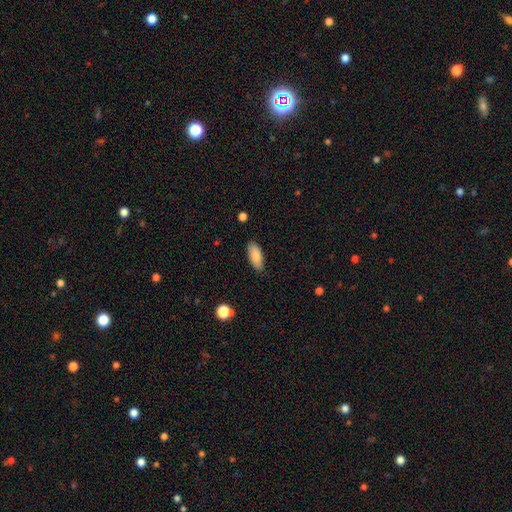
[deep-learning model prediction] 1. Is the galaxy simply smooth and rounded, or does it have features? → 86% smooth, 7% featured or disk, 7% star or artifact.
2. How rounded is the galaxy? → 85% in between, 14% cigar-shaped, 2% round.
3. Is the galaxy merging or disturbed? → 87% none, 10% minor disturbance, 2% major disturbance, 1% merger.